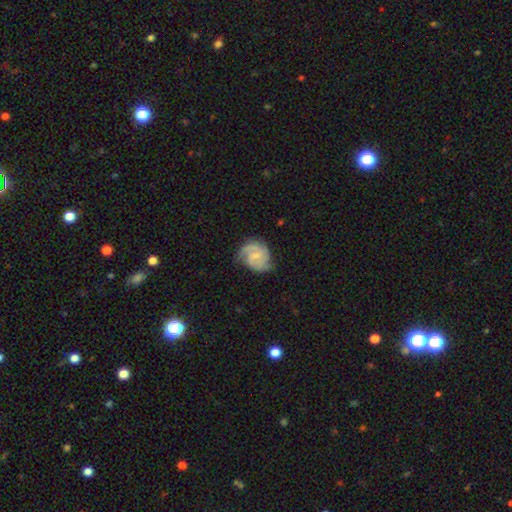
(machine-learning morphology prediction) type=featured or disk (80%); edge-on=no (98%); bar=weak (50%); spiral arms=yes (96%); winding=medium (46%); arm count=2 (67%); bulge=small (59%); merging=none (63%).